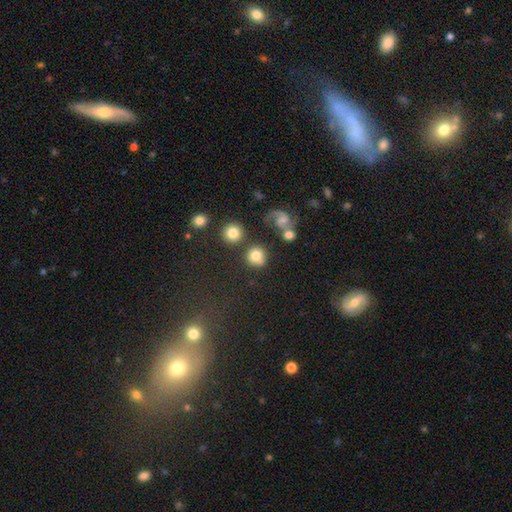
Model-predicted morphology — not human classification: The model was most divided on "merging": none: 70%, minor disturbance: 12%, merger: 11%, major disturbance: 7%. More confident: how rounded — round (89%); smooth or featured — smooth (76%).